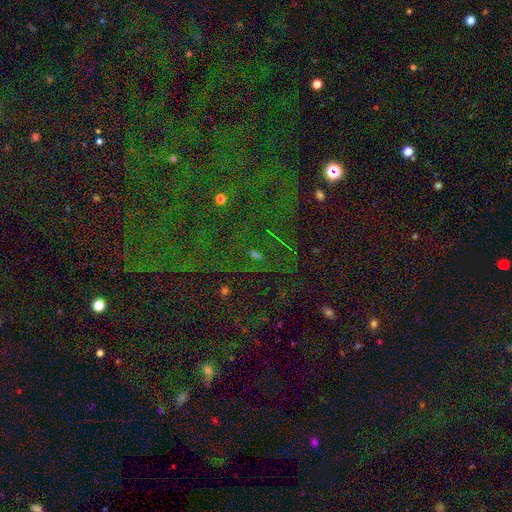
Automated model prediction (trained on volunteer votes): A star or artifact, not a galaxy (80%).

Vote fractions:
- Smooth or featured? star or artifact: 80% / smooth: 13% / featured or disk: 8%